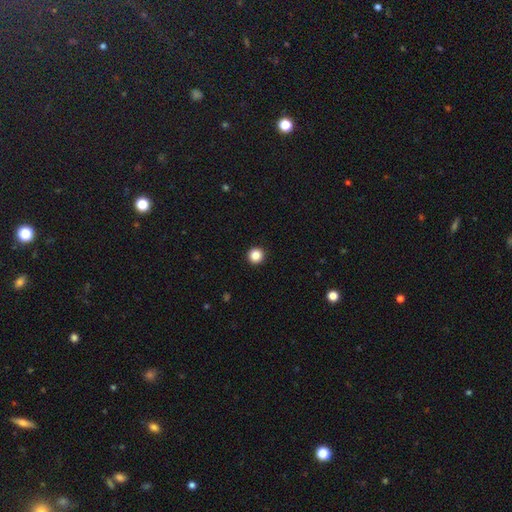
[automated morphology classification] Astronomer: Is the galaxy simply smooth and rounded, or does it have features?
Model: smooth — 87%.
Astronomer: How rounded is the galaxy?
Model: round — 96%.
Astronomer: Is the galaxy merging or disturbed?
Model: none — 94%.